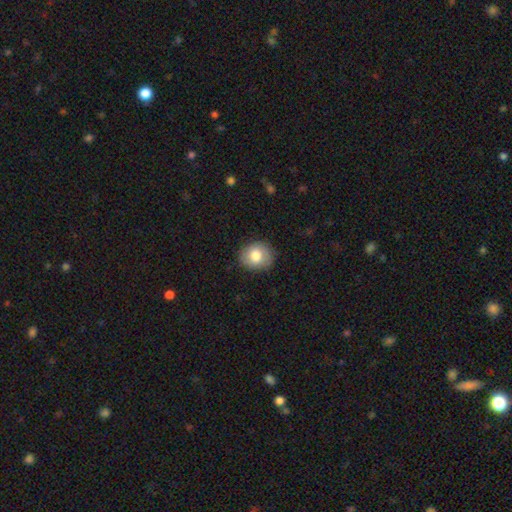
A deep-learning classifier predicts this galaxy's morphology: A smooth galaxy with no disk features (77%) that is round (68%).

Vote fractions:
- Smooth or featured? smooth: 77% / featured or disk: 15% / star or artifact: 8%
- How rounded? round: 68% / in between: 31% / cigar-shaped: 1%
- Merging? none: 84% / minor disturbance: 12% / major disturbance: 3% / merger: 1%